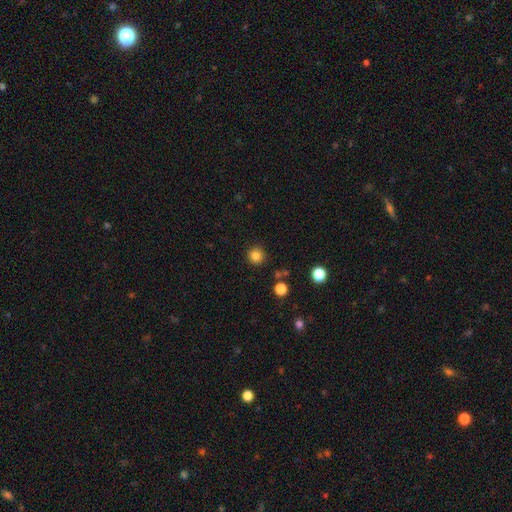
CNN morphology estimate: Smooth or featured?
  - smooth: 83% *
  - star or artifact: 12%
  - featured or disk: 5%
How rounded?
  - round: 94% *
  - in between: 5%
  - cigar-shaped: 1%
Merging?
  - none: 89% *
  - minor disturbance: 7%
  - merger: 2%
  - major disturbance: 2%